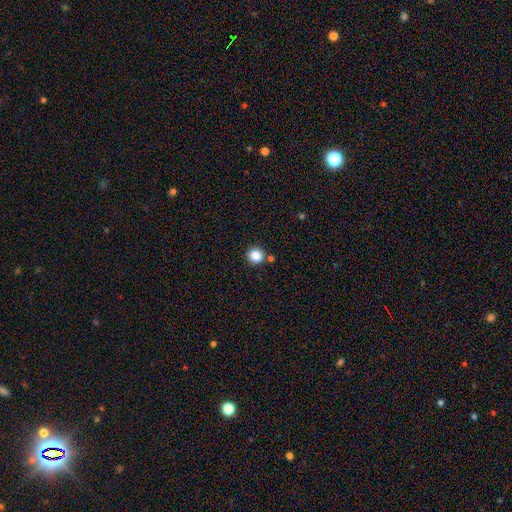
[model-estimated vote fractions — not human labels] Q: Smooth or featured?
A: smooth (86%); runner-up: star or artifact (11%)
Q: How rounded?
A: round (93%); runner-up: in between (6%)
Q: Merging?
A: none (85%); runner-up: minor disturbance (7%)